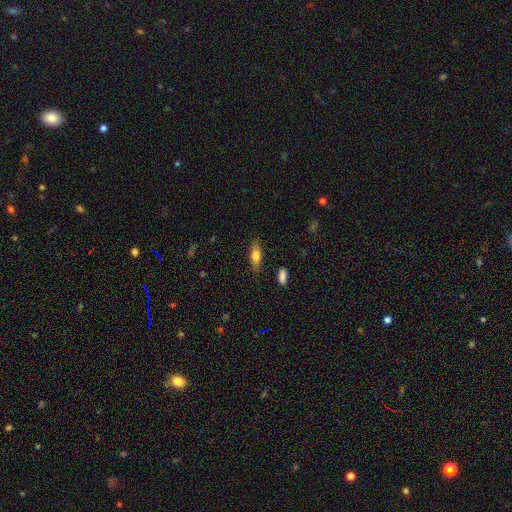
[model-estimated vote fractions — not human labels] Smooth or featured? Predicted: smooth (p=0.75). How rounded? Predicted: in between (p=0.69). Merging? Predicted: none (p=0.79).